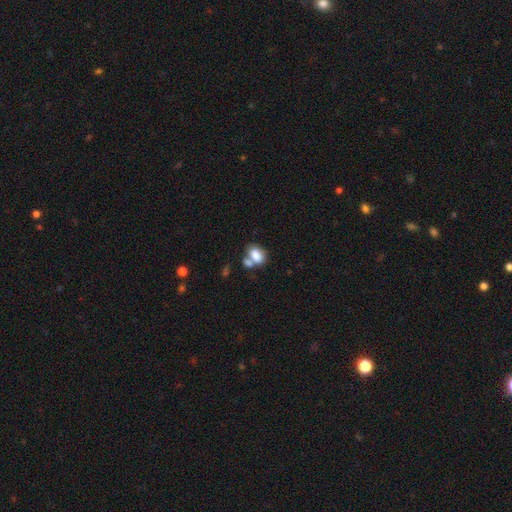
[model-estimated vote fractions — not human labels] A smooth galaxy with no disk features (80%) that is in between round and cigar-shaped (85%). Merging: merger (48%).